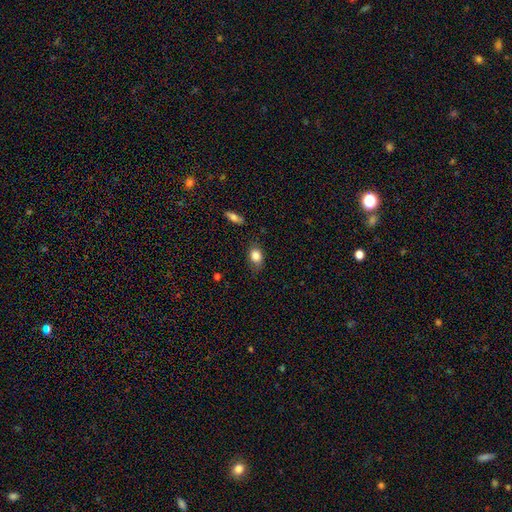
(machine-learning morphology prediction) Smooth or featured? smooth (83%)
How rounded? in between (75%)
Merging? none (70%)